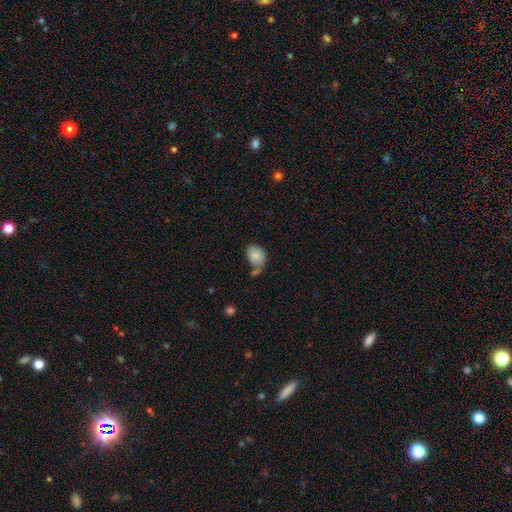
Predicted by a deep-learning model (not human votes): smooth 82%, featured or disk 10%, star or artifact 8%. Down the decision tree: how rounded — in between (73%); merging — none (44%).